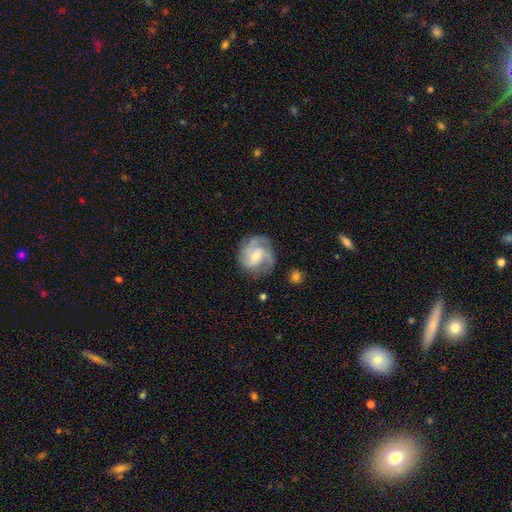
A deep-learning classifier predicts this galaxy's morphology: This is clearly a featured or disk galaxy (81%). It is clearly not viewed edge-on (98%). Bar: marginally weak (44%). Spiral arm pattern: clearly yes (95%). Spiral arm count: possibly 3 (46%). Spiral winding: possibly medium (47%). Central bulge: possibly small (50%). Merging: likely none (72%).